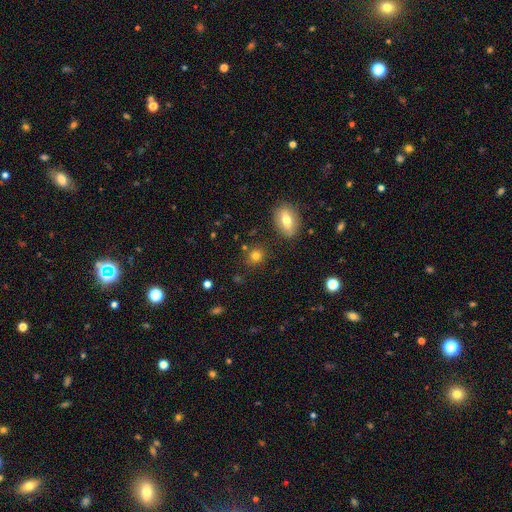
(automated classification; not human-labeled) Smooth or featured? Predicted: smooth (p=0.79). How rounded? Predicted: round (p=0.78). Merging? Predicted: none (p=0.83).